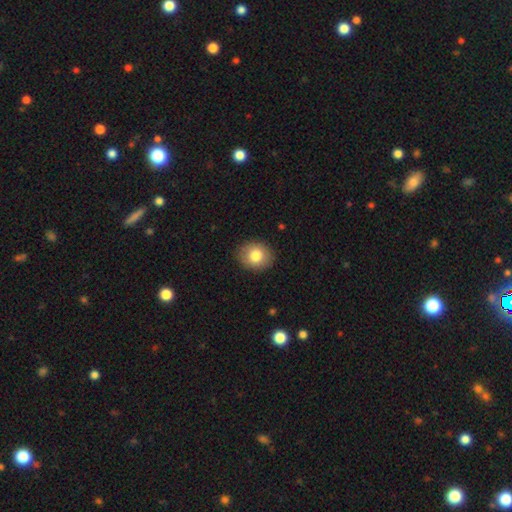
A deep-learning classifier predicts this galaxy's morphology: Smooth or featured? smooth (80%)
How rounded? round (64%)
Merging? none (89%)